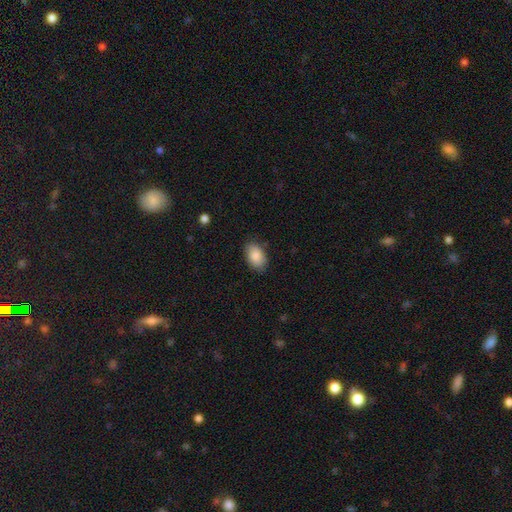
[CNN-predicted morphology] Smooth or featured? Predicted: smooth (p=0.88). How rounded? Predicted: in between (p=0.91). Merging? Predicted: none (p=0.83).